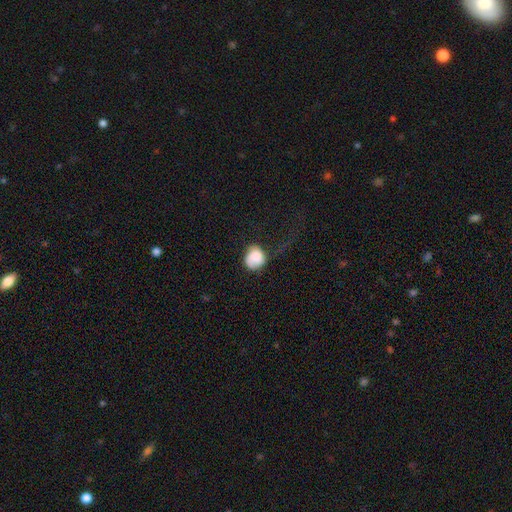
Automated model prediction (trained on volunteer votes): Smooth or featured: smooth — 78% (featured or disk — 15%)
How rounded: round — 70% (in between — 29%)
Merging: none — 38% (minor disturbance — 32%)